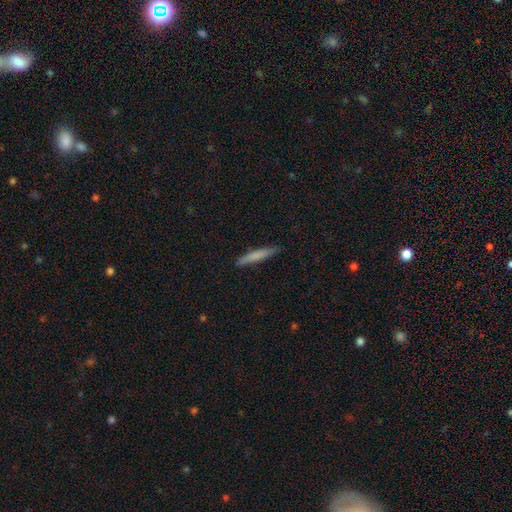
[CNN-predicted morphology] A smooth galaxy with no disk features (74%) that is cigar-shaped (94%). Merging: none (87%).